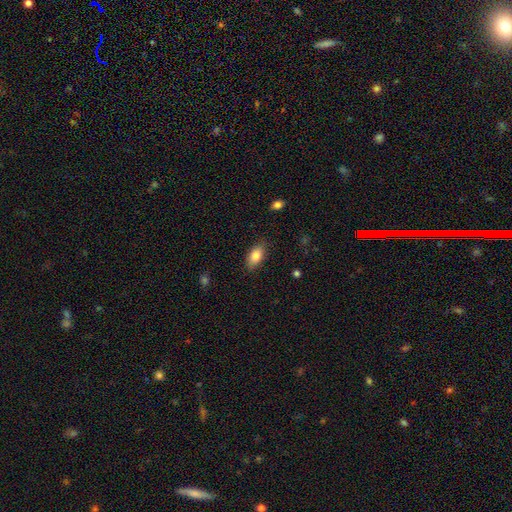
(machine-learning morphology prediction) Smooth or featured: smooth — 83% (featured or disk — 10%)
How rounded: in between — 89% (round — 6%)
Merging: none — 85% (minor disturbance — 12%)